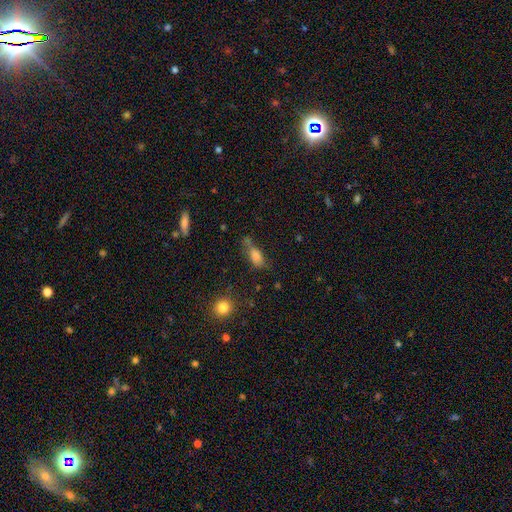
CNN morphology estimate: Overall: smooth (72%). How rounded: in between (74%). Merging: none (49%; minor disturbance 25%).